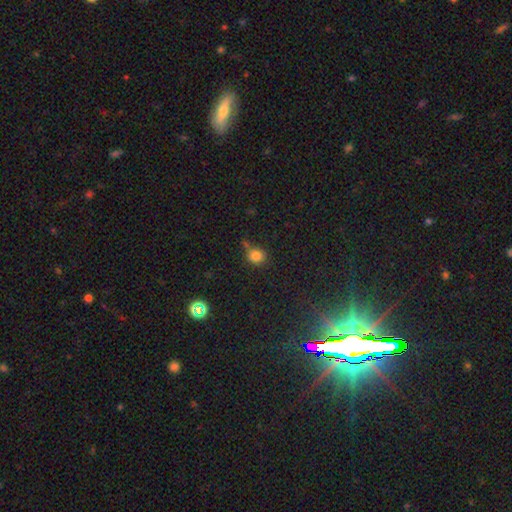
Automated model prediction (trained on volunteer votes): Smooth or featured?
  - smooth: 80% *
  - star or artifact: 15%
  - featured or disk: 6%
How rounded?
  - round: 84% *
  - in between: 15%
  - cigar-shaped: 1%
Merging?
  - none: 64% *
  - minor disturbance: 18%
  - merger: 13%
  - major disturbance: 5%